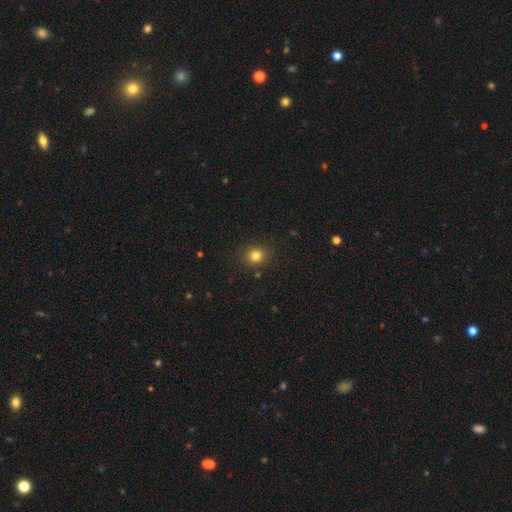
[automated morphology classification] type=smooth (81%); roundness=round (87%); merging=none (89%).